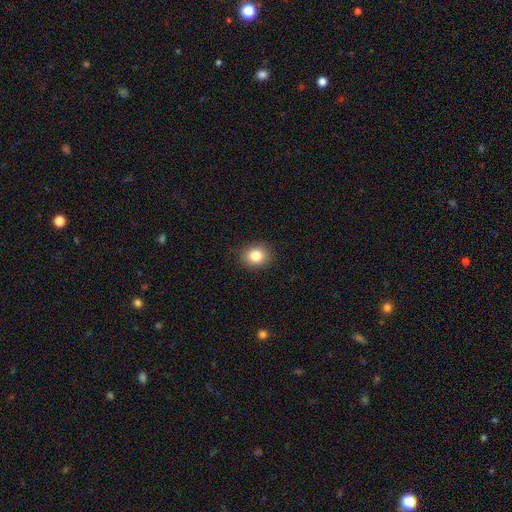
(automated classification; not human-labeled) The model was most divided on "how rounded": round: 64%, in between: 36%, cigar-shaped: 1%. More confident: merging — none (88%); smooth or featured — smooth (83%).